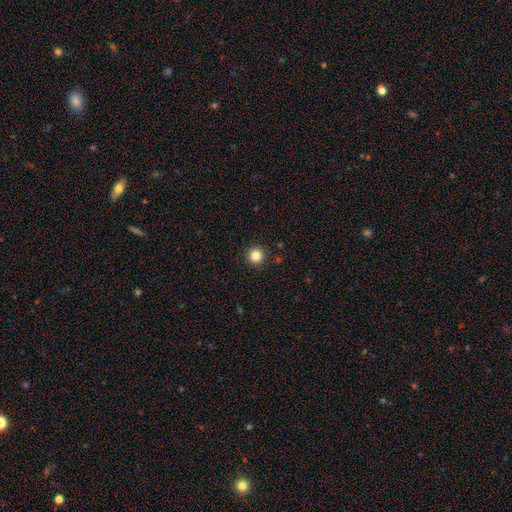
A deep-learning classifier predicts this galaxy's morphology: Smooth or featured?
  - smooth: 83% *
  - star or artifact: 12%
  - featured or disk: 5%
How rounded?
  - round: 95% *
  - in between: 4%
  - cigar-shaped: 1%
Merging?
  - none: 93% *
  - minor disturbance: 5%
  - major disturbance: 2%
  - merger: 1%